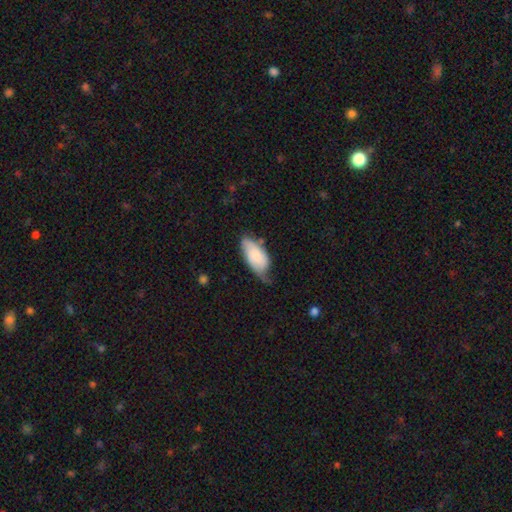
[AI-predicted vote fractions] A smooth galaxy with no disk features (67%) that is in between round and cigar-shaped (92%). Merging: minor disturbance (45%).